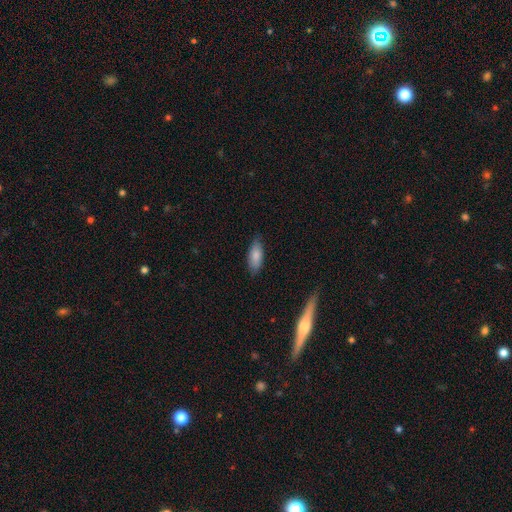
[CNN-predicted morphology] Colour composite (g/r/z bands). It shows a smooth galaxy with no disk features (83%) that is in between round and cigar-shaped (81%). Merging: none (81%).